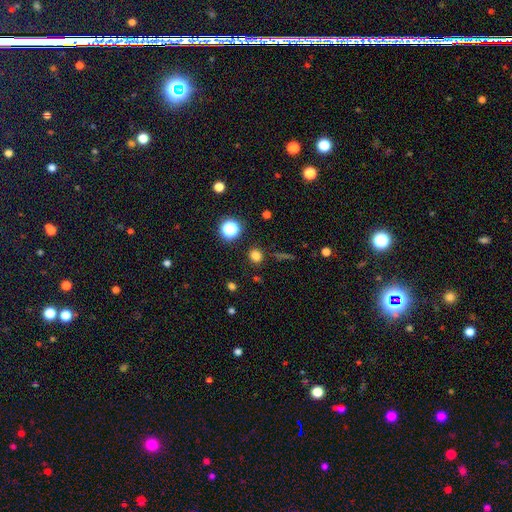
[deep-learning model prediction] A smooth galaxy with no disk features (77%) that is round (88%). Merging: none (88%).